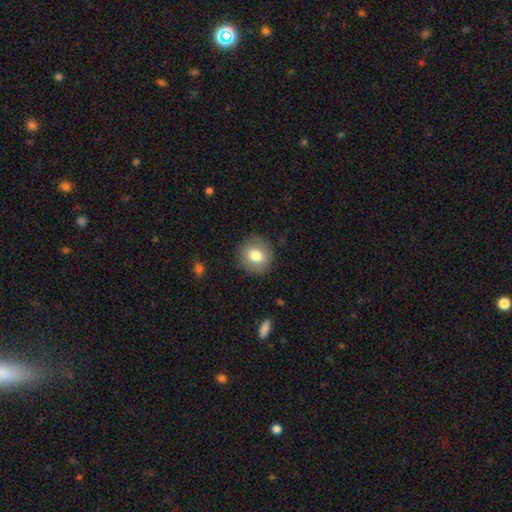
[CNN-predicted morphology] Smooth or featured?
  - smooth: 78% *
  - featured or disk: 14%
  - star or artifact: 9%
How rounded?
  - round: 88% *
  - in between: 11%
  - cigar-shaped: 1%
Merging?
  - none: 88% *
  - minor disturbance: 8%
  - major disturbance: 3%
  - merger: 1%